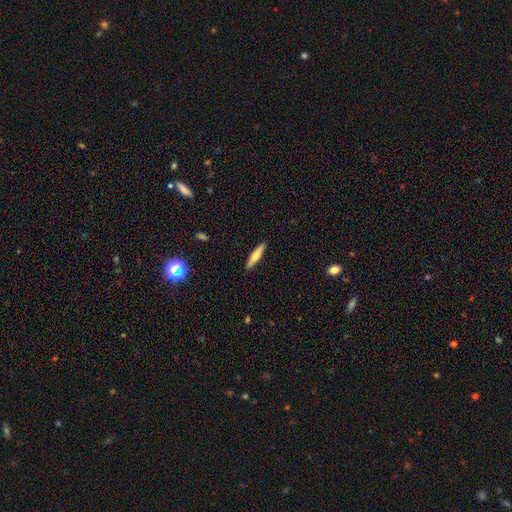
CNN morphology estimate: Smooth or featured? Predicted: smooth (p=0.62). How rounded? Predicted: cigar-shaped (p=0.86). Merging? Predicted: none (p=0.91).